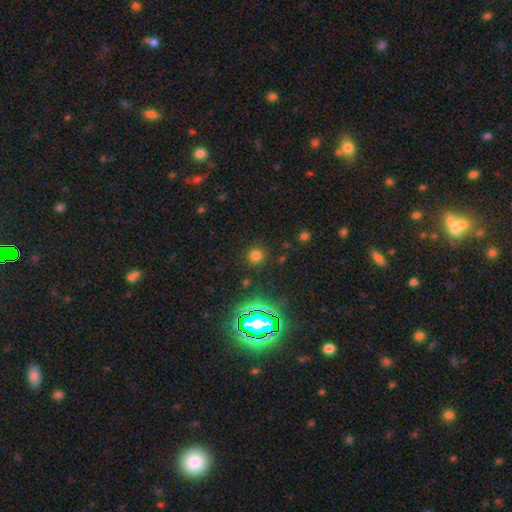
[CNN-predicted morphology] The model was most divided on "smooth or featured": smooth: 68%, star or artifact: 26%, featured or disk: 6%. More confident: how rounded — round (92%); merging — none (88%).